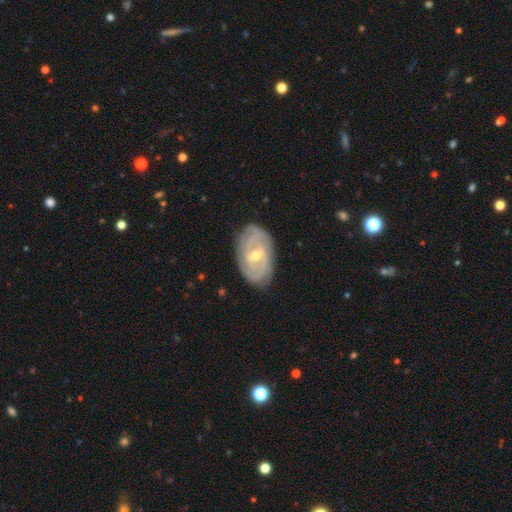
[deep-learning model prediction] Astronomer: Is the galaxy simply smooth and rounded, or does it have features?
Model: featured or disk — 83%.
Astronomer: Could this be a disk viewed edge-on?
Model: no — 95%.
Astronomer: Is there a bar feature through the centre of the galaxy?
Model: weak — 53% (runner-up: no, 29%).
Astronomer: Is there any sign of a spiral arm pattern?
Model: yes — 94%.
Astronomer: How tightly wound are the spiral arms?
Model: tight — 66%.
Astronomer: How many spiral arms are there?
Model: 2 — 35% (runner-up: can't tell, 30%).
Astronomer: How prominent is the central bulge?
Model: moderate — 54% (runner-up: small, 43%).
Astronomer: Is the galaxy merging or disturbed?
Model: none — 81%.